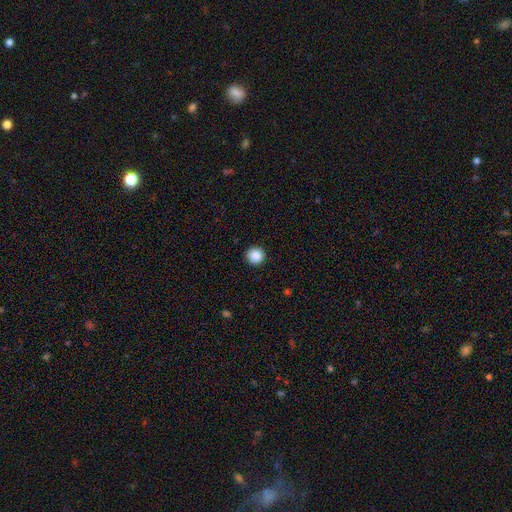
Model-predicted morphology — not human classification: smooth-or-featured: smooth: 87% | star or artifact: 9% | featured or disk: 4%
  how-rounded: round: 96% | in between: 3% | cigar-shaped: 1%
  merging: none: 93% | minor disturbance: 5% | major disturbance: 2% | merger: 1%